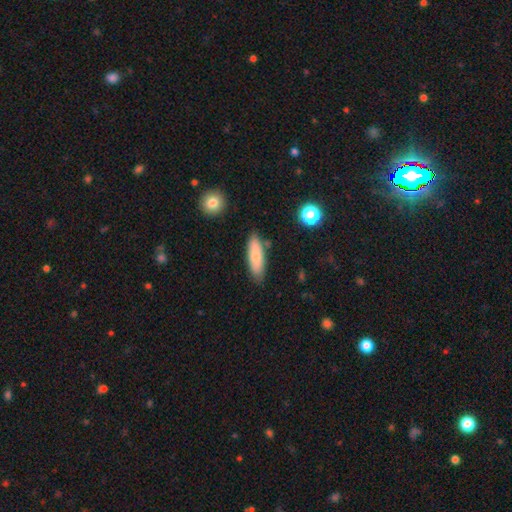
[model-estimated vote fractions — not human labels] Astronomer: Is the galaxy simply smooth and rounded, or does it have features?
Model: smooth — 77%.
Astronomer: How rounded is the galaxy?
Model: cigar-shaped — 52% (runner-up: in between, 46%).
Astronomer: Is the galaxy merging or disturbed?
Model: none — 81%.